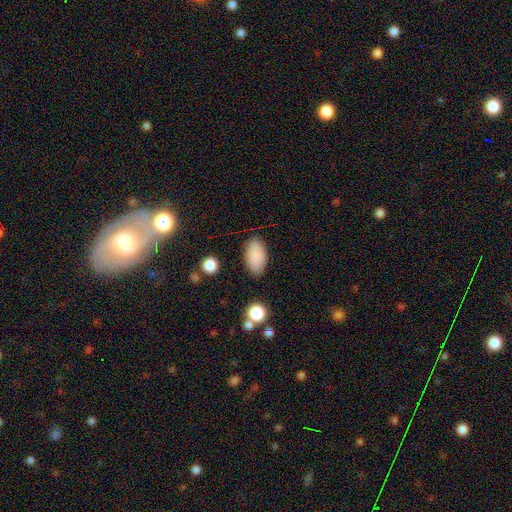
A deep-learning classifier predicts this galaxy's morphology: Smooth or featured? Predicted: smooth (p=0.88). How rounded? Predicted: in between (p=0.94). Merging? Predicted: none (p=0.85).